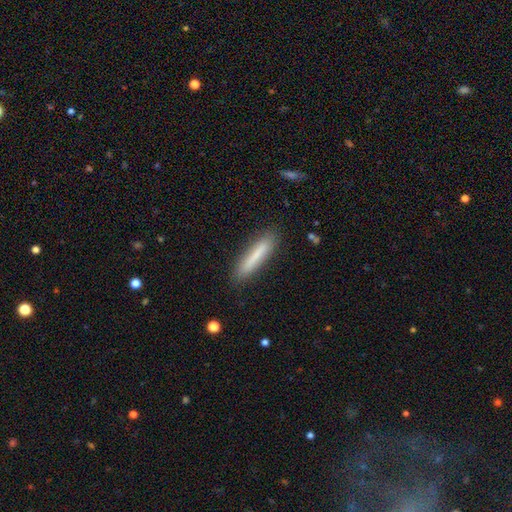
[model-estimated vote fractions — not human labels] Smooth or featured? smooth (76%)
How rounded? cigar-shaped (90%)
Merging? none (87%)